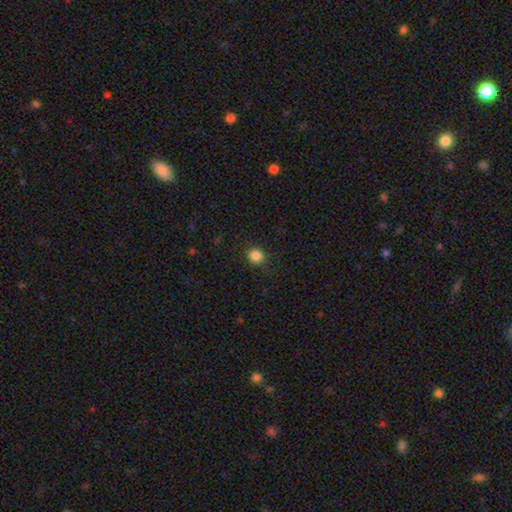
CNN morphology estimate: Smooth or featured? Predicted: smooth (p=0.85). How rounded? Predicted: round (p=0.90). Merging? Predicted: none (p=0.88).